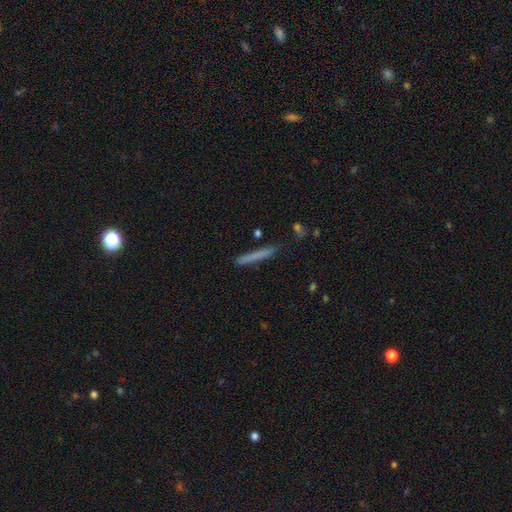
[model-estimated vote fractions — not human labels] Overall: smooth (70%). How rounded: cigar-shaped (96%). Merging: none (85%).